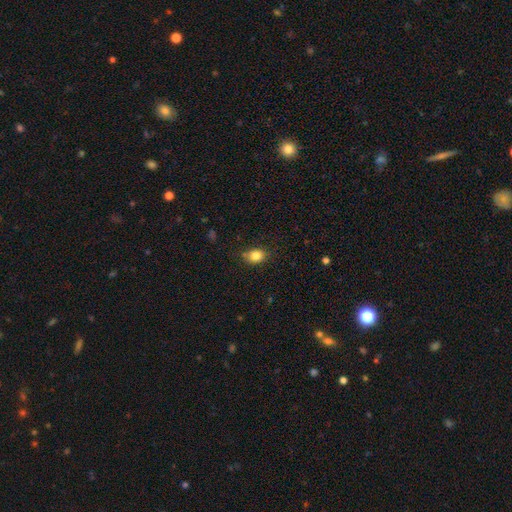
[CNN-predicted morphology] The model was most divided on "how rounded": in between: 59%, round: 40%, cigar-shaped: 1%. More confident: smooth or featured — smooth (84%); merging — none (79%).